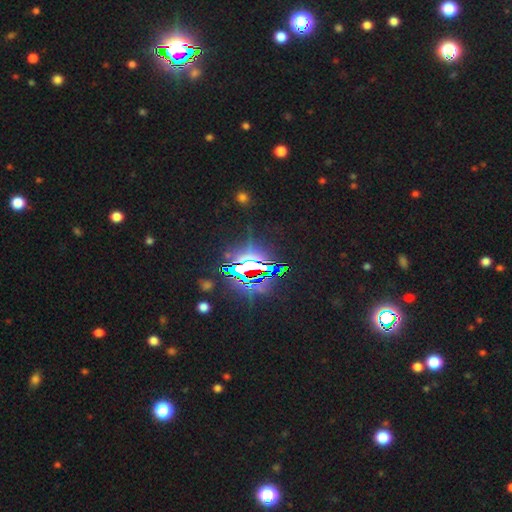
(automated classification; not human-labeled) star or artifact 82%, smooth 9%, featured or disk 9%.